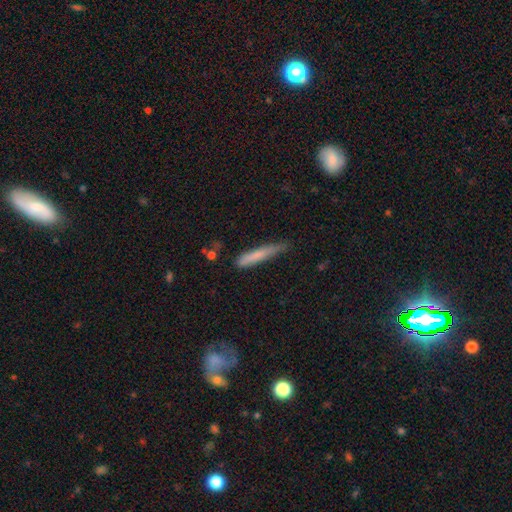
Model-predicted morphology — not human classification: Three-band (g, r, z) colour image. It shows a smooth galaxy with no disk features (73%) that is cigar-shaped (93%). Merging: none (62%).